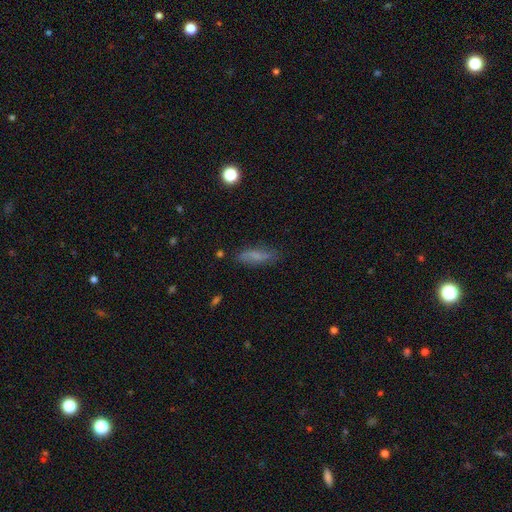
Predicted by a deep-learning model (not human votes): This is likely a smooth galaxy (63%). How rounded: possibly cigar-shaped (54%). Merging: likely none (79%).